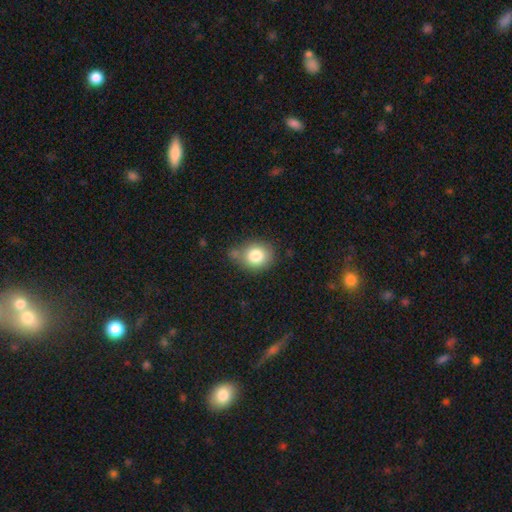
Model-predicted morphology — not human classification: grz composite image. It shows a smooth galaxy with no disk features (81%) that is round (67%). Merging: none (62%).